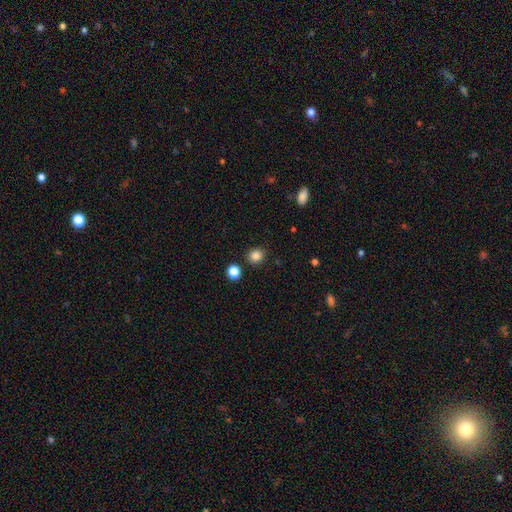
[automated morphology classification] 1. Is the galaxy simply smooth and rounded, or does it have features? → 85% smooth, 11% star or artifact, 4% featured or disk.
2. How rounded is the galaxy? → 79% round, 20% in between, 1% cigar-shaped.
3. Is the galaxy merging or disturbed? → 86% none, 8% minor disturbance, 4% merger, 2% major disturbance.